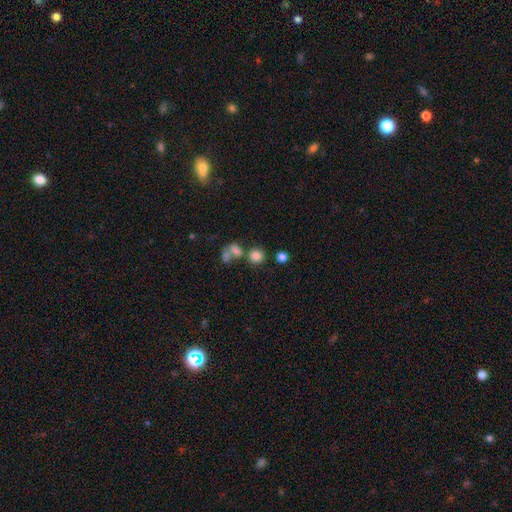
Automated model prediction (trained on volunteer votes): Overall: smooth (80%). How rounded: round (86%). Merging: none (63%; merger 23%).